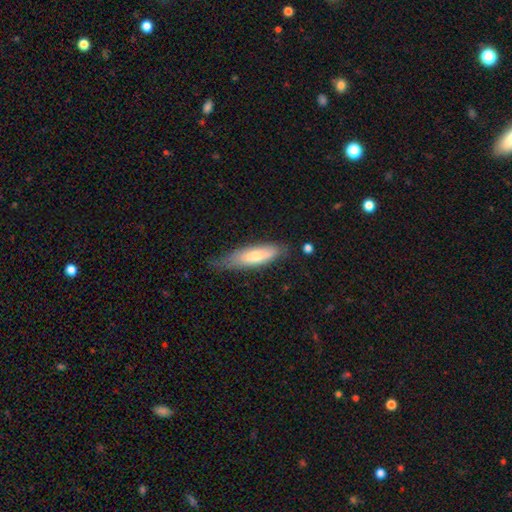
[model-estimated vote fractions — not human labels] A smooth galaxy with no disk features (70%) that is cigar-shaped (52%). Merging: none (54%).